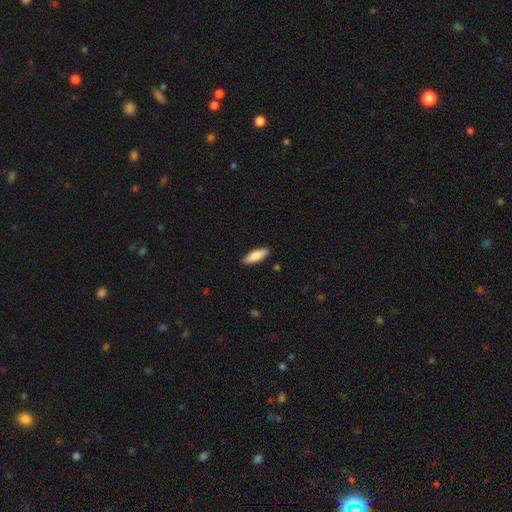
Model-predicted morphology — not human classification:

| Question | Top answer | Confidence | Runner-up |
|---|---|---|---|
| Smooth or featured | smooth | 82% | featured or disk (13%) |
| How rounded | in between | 53% | cigar-shaped (46%) |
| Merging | none | 89% | minor disturbance (8%) |